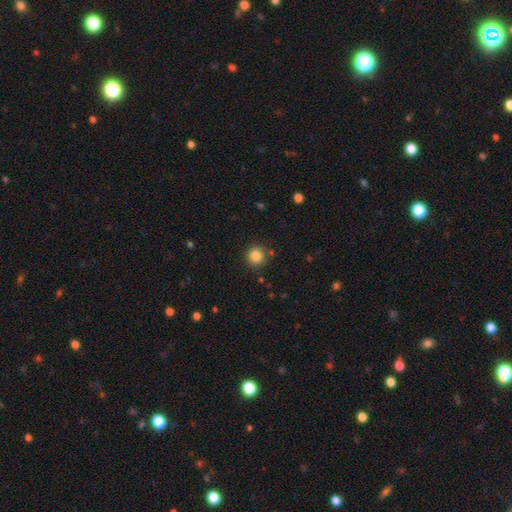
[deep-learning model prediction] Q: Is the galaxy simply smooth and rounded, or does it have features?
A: smooth — 85%.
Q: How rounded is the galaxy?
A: round — 94%.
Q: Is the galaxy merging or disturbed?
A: none — 88%.